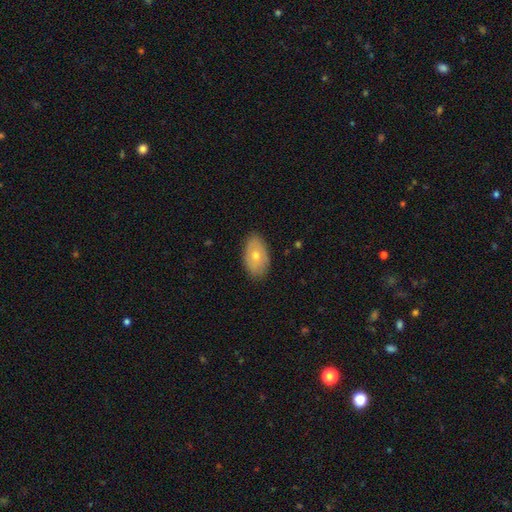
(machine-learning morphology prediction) smooth 52%, featured or disk 40%, star or artifact 8%. Down the decision tree: how rounded — in between (91%); merging — none (85%).